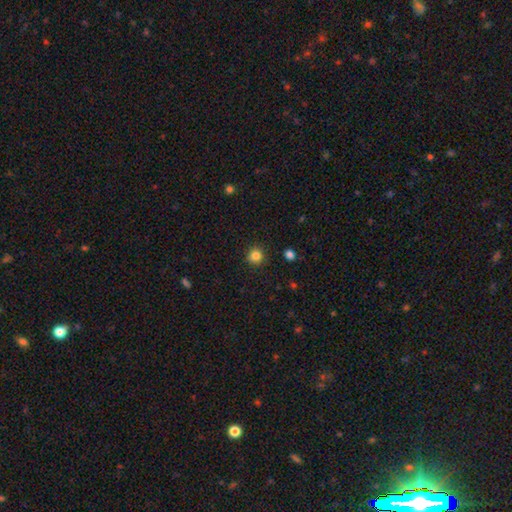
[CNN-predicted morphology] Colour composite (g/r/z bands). It shows a smooth galaxy with no disk features (84%) that is round (93%). Merging: none (90%).